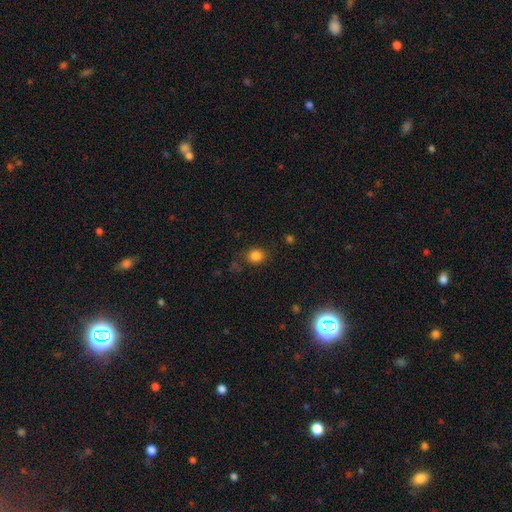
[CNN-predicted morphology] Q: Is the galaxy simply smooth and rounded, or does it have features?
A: smooth — 83%.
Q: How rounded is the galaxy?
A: round — 68%.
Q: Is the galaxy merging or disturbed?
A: none — 77%.